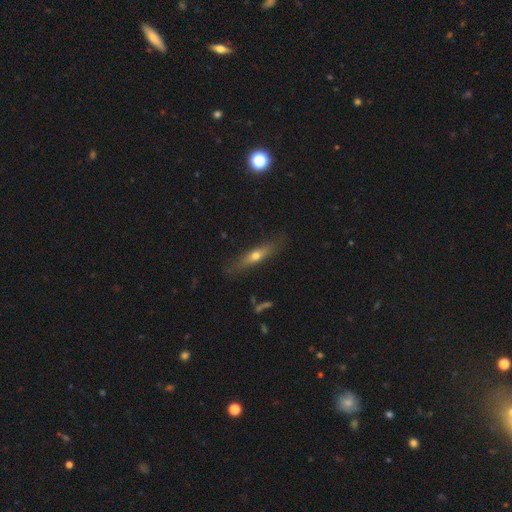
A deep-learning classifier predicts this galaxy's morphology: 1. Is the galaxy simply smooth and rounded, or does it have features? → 47% featured or disk, 46% smooth, 8% star or artifact.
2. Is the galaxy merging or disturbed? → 81% none, 14% minor disturbance, 3% major disturbance, 2% merger.